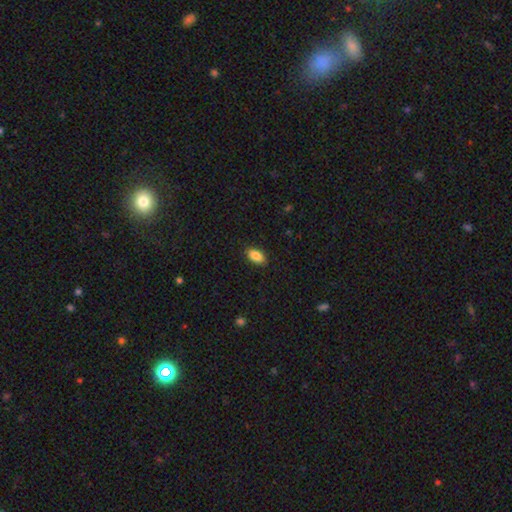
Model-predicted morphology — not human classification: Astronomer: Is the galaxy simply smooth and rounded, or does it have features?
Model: smooth — 88%.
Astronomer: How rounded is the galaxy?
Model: in between — 92%.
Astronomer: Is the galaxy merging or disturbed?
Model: none — 88%.